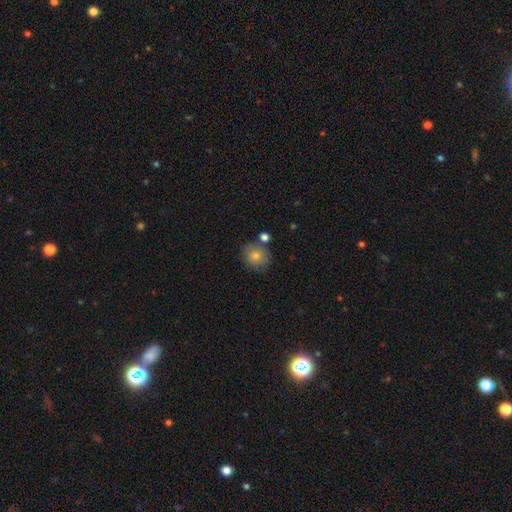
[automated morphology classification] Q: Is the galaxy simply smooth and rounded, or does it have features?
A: smooth — 79%.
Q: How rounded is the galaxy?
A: round — 81%.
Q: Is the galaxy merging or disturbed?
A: none — 74%.